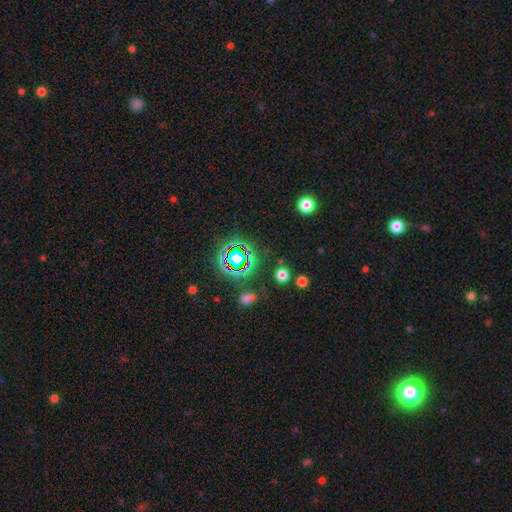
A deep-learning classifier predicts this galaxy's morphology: The model was most divided on "smooth or featured": star or artifact: 64%, smooth: 27%, featured or disk: 10%.